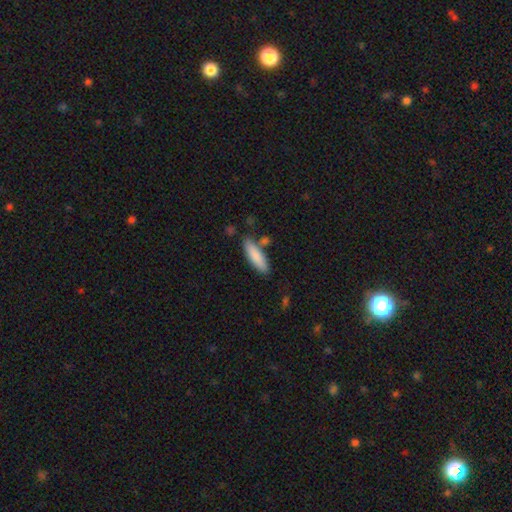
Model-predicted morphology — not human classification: Q: Smooth or featured?
A: smooth (85%); runner-up: featured or disk (10%)
Q: How rounded?
A: cigar-shaped (59%); runner-up: in between (40%)
Q: Merging?
A: none (77%); runner-up: minor disturbance (13%)